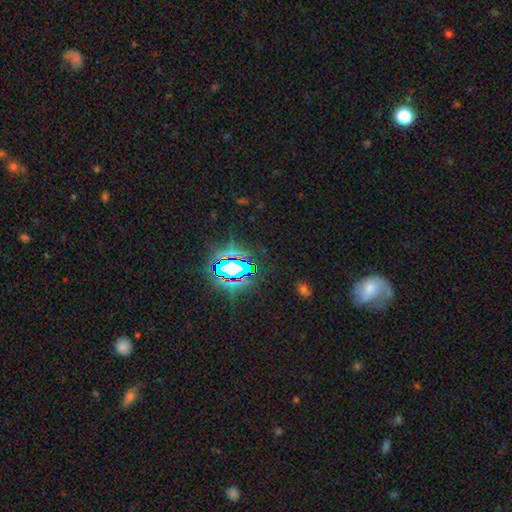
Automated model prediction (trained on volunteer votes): This appears to be a star or artifact, not a galaxy (75%).